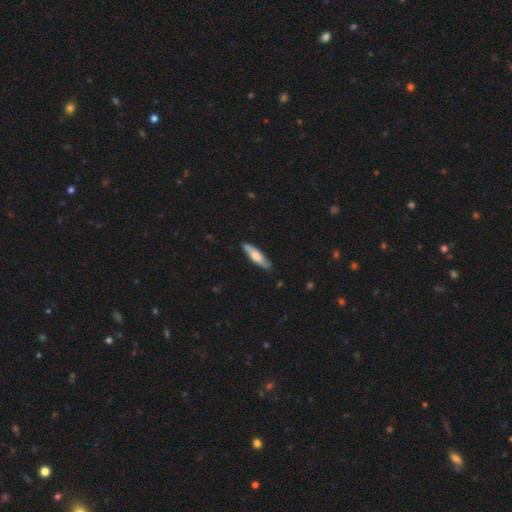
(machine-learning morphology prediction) The model was most divided on "smooth or featured": smooth: 59%, featured or disk: 36%, star or artifact: 5%. More confident: merging — none (84%); how rounded — cigar-shaped (72%).